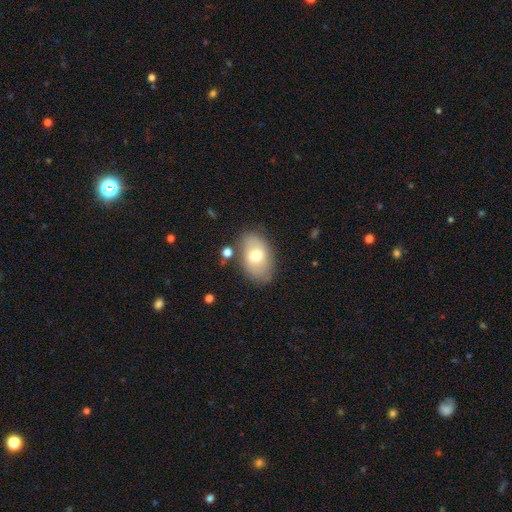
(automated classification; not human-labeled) The model was most divided on "smooth or featured": smooth: 67%, featured or disk: 25%, star or artifact: 8%. More confident: how rounded — in between (89%); merging — none (76%).